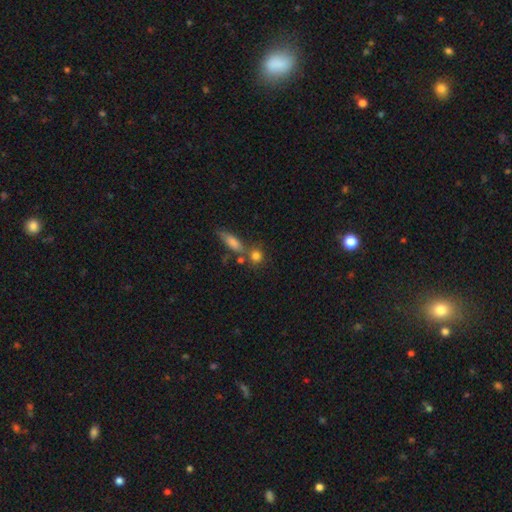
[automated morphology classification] A smooth galaxy with no disk features (79%) that is round (74%).

Vote fractions:
- Smooth or featured? smooth: 79% / star or artifact: 11% / featured or disk: 10%
- How rounded? round: 74% / in between: 18% / cigar-shaped: 8%
- Merging? none: 60% / merger: 25% / minor disturbance: 11% / major disturbance: 4%